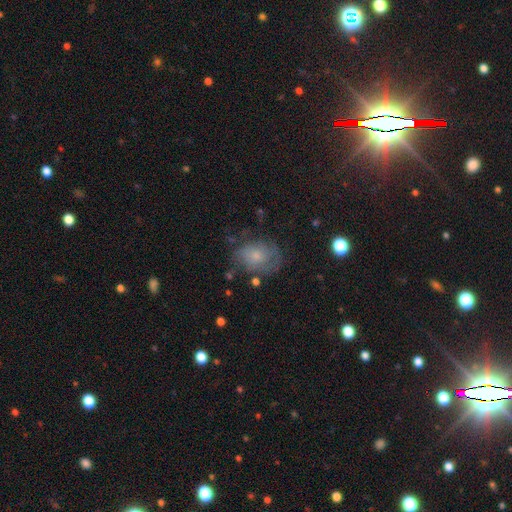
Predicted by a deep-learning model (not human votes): This is possibly a smooth galaxy (47%). Merging: possibly none (56%).